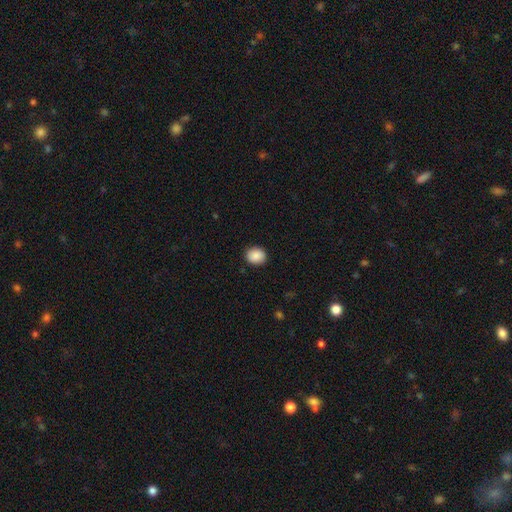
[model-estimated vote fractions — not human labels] A smooth galaxy with no disk features (89%) that is round (71%).

Vote fractions:
- Smooth or featured? smooth: 89% / star or artifact: 8% / featured or disk: 4%
- How rounded? round: 71% / in between: 28% / cigar-shaped: 1%
- Merging? none: 90% / minor disturbance: 7% / major disturbance: 2% / merger: 1%